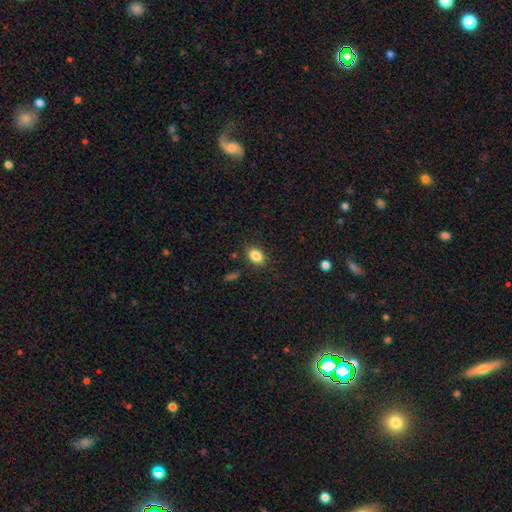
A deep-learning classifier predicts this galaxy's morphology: Smooth or featured? Predicted: smooth (p=0.85). How rounded? Predicted: in between (p=0.77). Merging? Predicted: none (p=0.85).